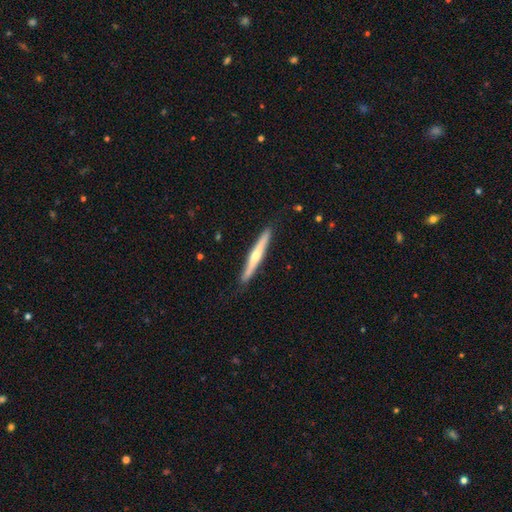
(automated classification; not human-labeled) Overall: featured or disk (60%; smooth 35%). Edge-on disk: yes (96%). Edge-on bulge: rounded (79%). Merging: none (89%).